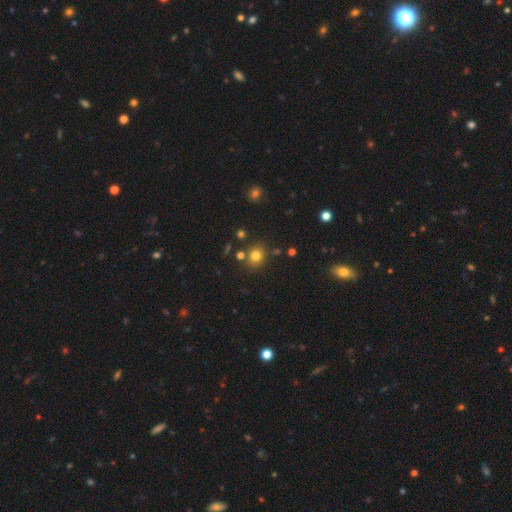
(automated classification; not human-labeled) A smooth galaxy with no disk features (75%) that is round (79%). Merging: none (79%).